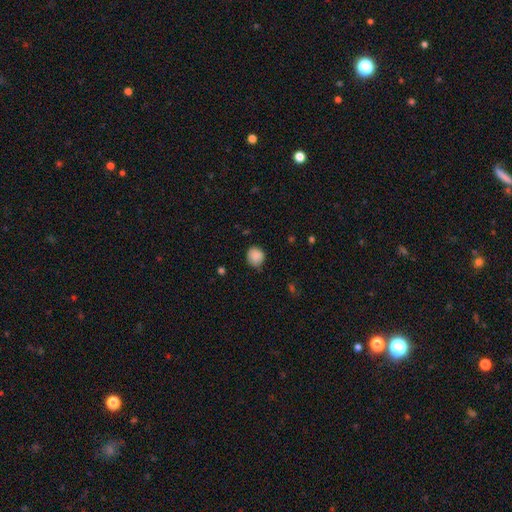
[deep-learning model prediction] Smooth or featured?
  - smooth: 87% *
  - star or artifact: 8%
  - featured or disk: 4%
How rounded?
  - round: 82% *
  - in between: 17%
  - cigar-shaped: 1%
Merging?
  - none: 74% *
  - minor disturbance: 22%
  - major disturbance: 3%
  - merger: 1%